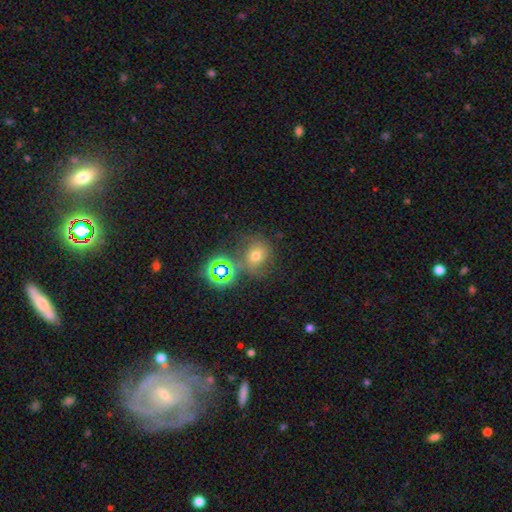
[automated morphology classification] This is possibly a smooth galaxy (56%). How rounded: likely round (74%). Merging: possibly none (58%).